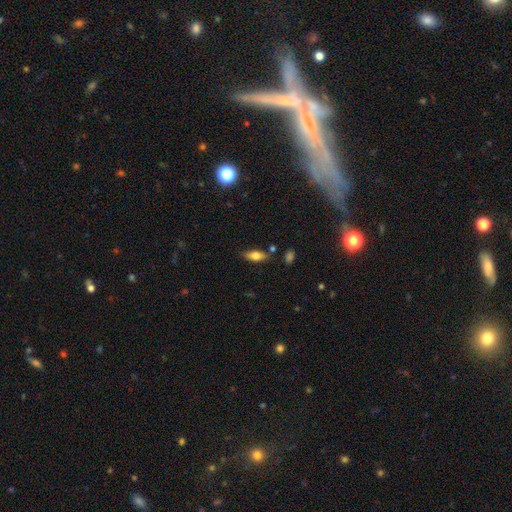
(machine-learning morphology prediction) Smooth or featured? Predicted: smooth (p=0.74). How rounded? Predicted: in between (p=0.80). Merging? Predicted: none (p=0.79).